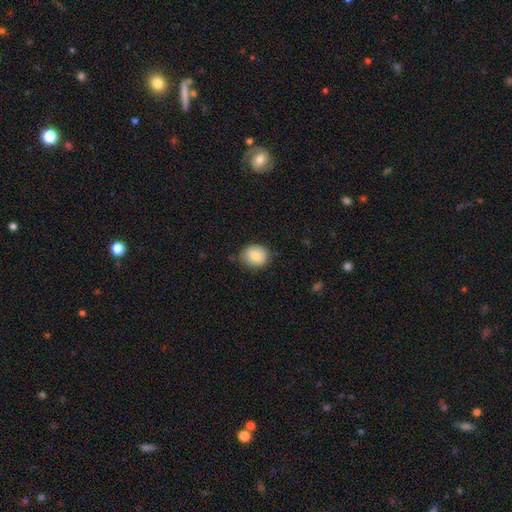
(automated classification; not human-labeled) Overall: smooth (83%). How rounded: round (60%; in between 39%). Merging: none (76%).